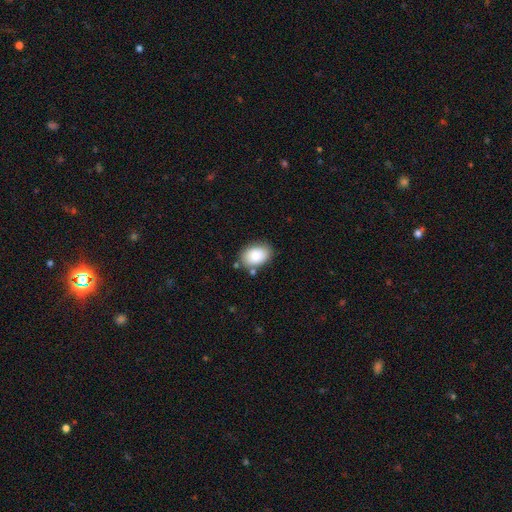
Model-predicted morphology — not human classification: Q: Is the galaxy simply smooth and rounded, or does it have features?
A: smooth — 83%.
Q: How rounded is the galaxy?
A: in between — 80%.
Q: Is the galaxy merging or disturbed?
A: none — 74%.